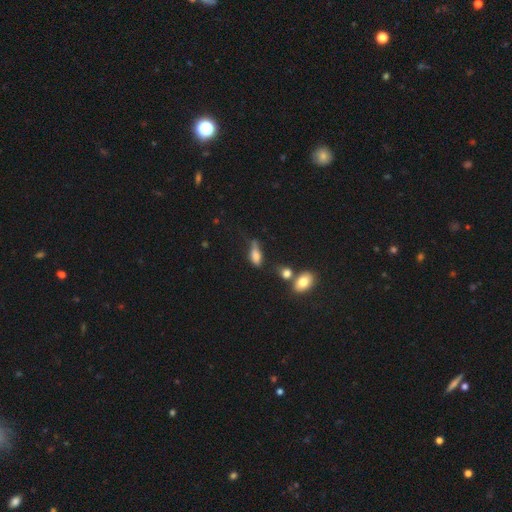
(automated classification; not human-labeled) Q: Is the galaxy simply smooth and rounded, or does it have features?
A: smooth — 73%.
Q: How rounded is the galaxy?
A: in between — 79%.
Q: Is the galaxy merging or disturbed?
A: minor disturbance — 33%, tied with none.